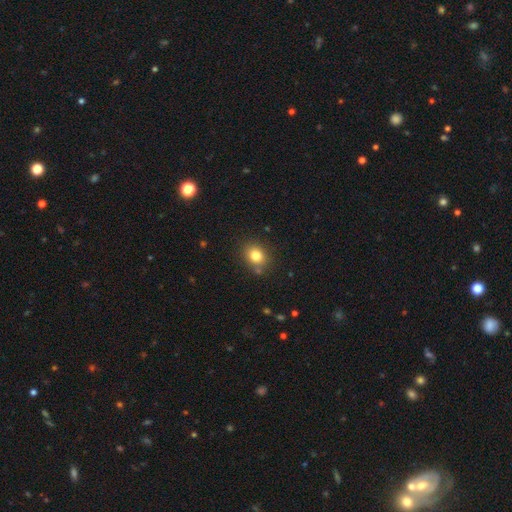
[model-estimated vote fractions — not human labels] Smooth or featured? Predicted: smooth (p=0.80). How rounded? Predicted: round (p=0.61). Merging? Predicted: none (p=0.82).